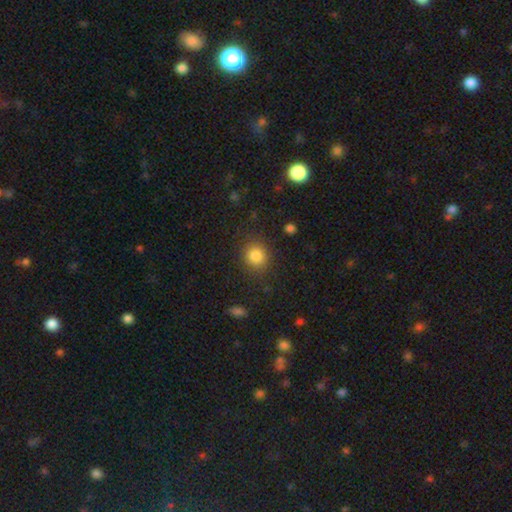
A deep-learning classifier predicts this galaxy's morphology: The model was most divided on "how rounded": round: 83%, in between: 16%, cigar-shaped: 1%. More confident: merging — none (86%); smooth or featured — smooth (84%).